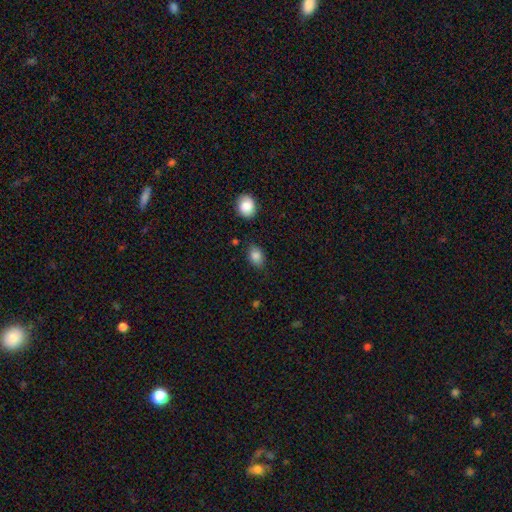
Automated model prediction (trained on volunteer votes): Q: Smooth or featured?
A: smooth (85%); runner-up: star or artifact (9%)
Q: How rounded?
A: in between (76%); runner-up: round (22%)
Q: Merging?
A: none (80%); runner-up: minor disturbance (14%)